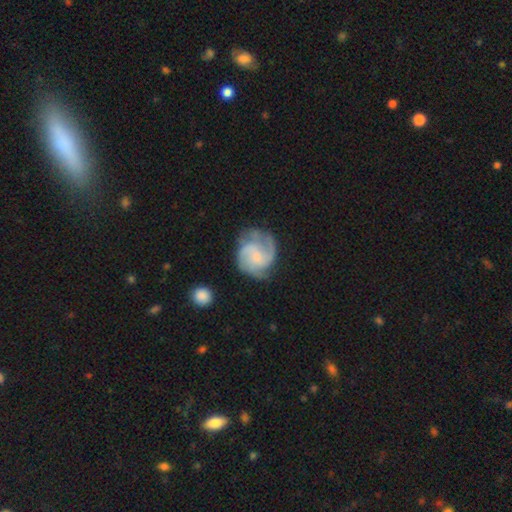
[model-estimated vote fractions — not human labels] This is likely a featured or disk galaxy (79%). It is clearly not viewed edge-on (98%). Bar: possibly no (54%). Spiral arm pattern: clearly yes (95%). Spiral arm count: marginally 2 (42%). Spiral winding: possibly medium (51%). Central bulge: possibly small (57%). Merging: likely none (62%).